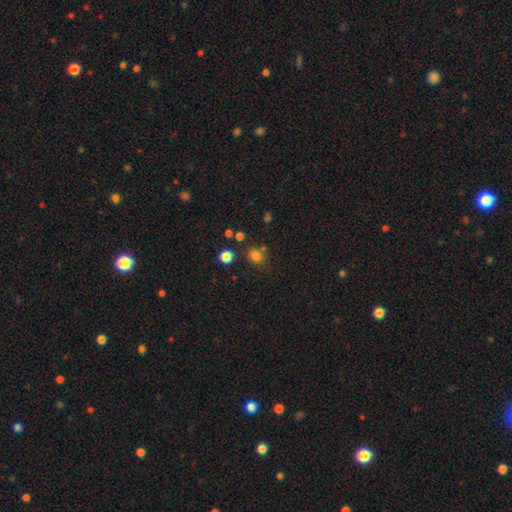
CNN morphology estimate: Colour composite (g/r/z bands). It shows a smooth galaxy with no disk features (77%) that is round (67%). Merging: none (73%).